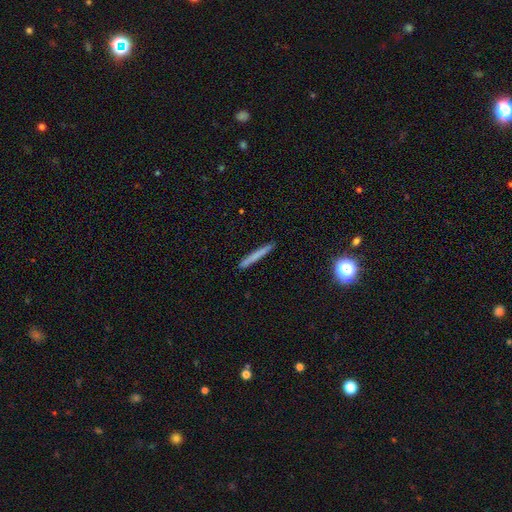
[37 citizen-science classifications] A smooth galaxy with no disk features (65%) that is cigar-shaped (96%). Merging: none (97%).